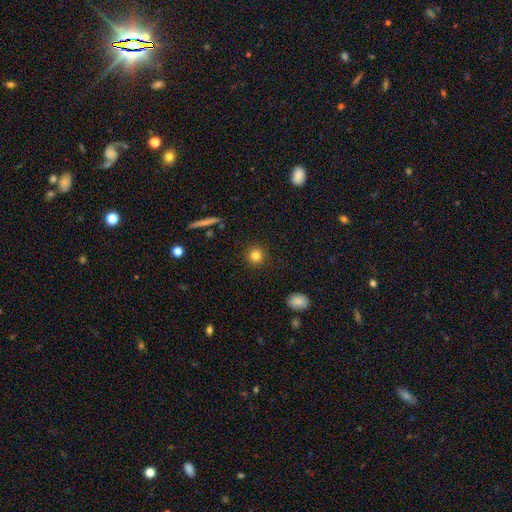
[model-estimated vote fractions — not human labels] This is clearly a smooth galaxy (83%). How rounded: clearly round (94%). Merging: clearly none (92%).